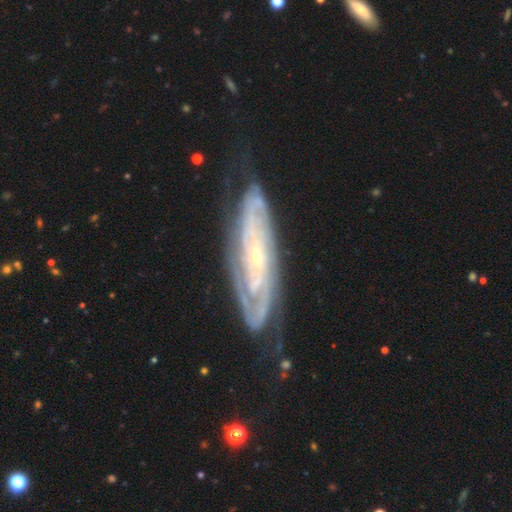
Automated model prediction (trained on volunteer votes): featured or disk 87%, smooth 8%, star or artifact 6%. Down the decision tree: edge-on disk — no (84%); bar — no (62%); spiral arms — yes (96%); spiral arm count — can't tell (35%); spiral winding — tight (72%); bulge size — small (77%); merging — none (71%).